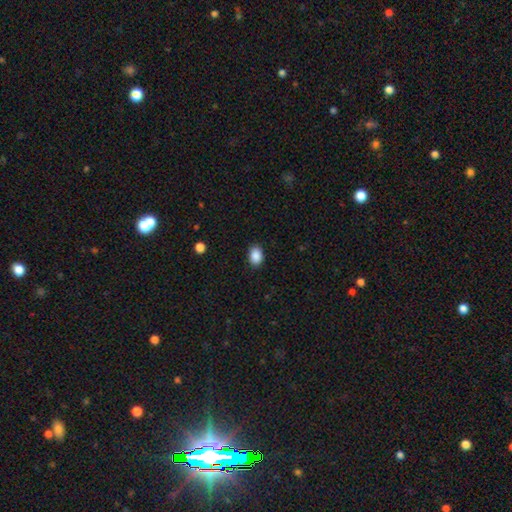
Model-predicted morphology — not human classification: Q: Smooth or featured?
A: smooth (89%); runner-up: star or artifact (8%)
Q: How rounded?
A: in between (78%); runner-up: round (21%)
Q: Merging?
A: none (88%); runner-up: minor disturbance (9%)